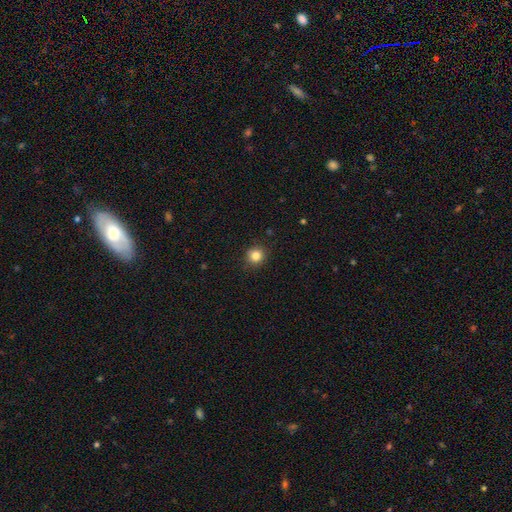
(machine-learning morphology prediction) This appears to be a smooth galaxy with no disk features (83%) that is round (91%). Merging: none (90%).